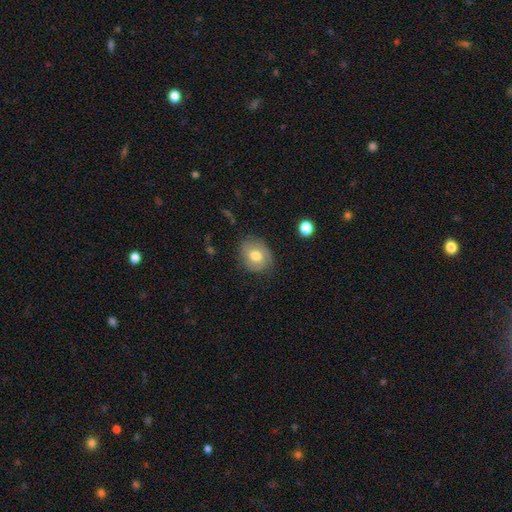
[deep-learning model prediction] Overall: smooth (62%; featured or disk 30%). How rounded: round (51%; in between 48%). Merging: none (70%).